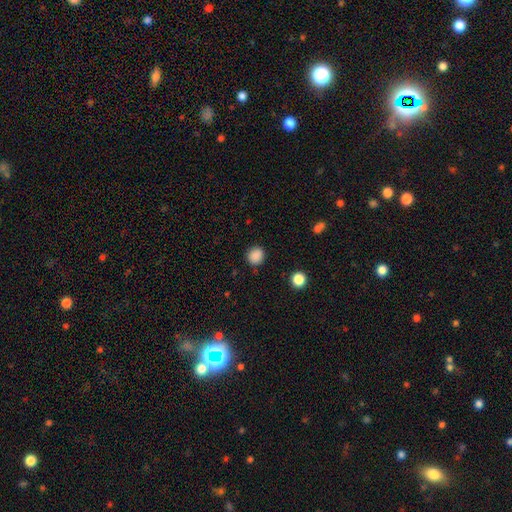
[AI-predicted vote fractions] smooth-or-featured: smooth: 87% | star or artifact: 10% | featured or disk: 3%
  how-rounded: round: 85% | in between: 15% | cigar-shaped: 1%
  merging: none: 87% | minor disturbance: 8% | major disturbance: 3% | merger: 2%